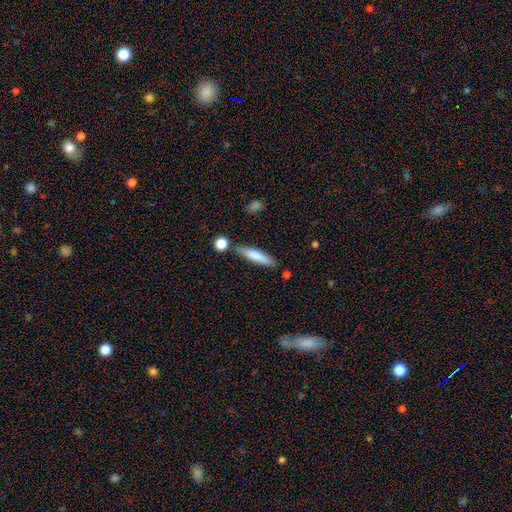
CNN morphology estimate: Smooth or featured? Predicted: smooth (p=0.72). How rounded? Predicted: cigar-shaped (p=0.85). Merging? Predicted: none (p=0.81).